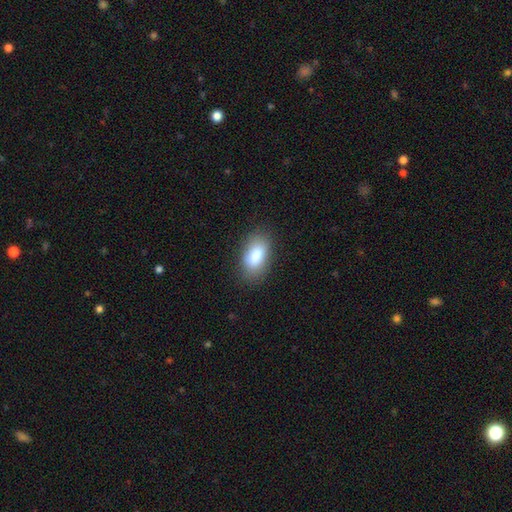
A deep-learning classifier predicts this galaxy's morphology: smooth_or_featured: smooth (p=0.82) [alt: featured or disk p=0.10]
how_rounded: in between (p=0.91) [alt: round p=0.05]
merging: none (p=0.83) [alt: minor disturbance p=0.12]